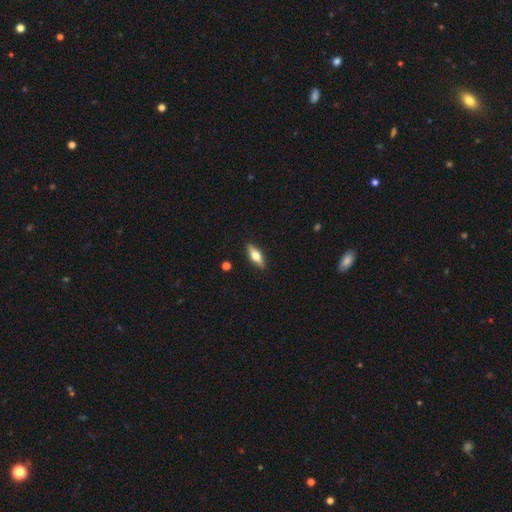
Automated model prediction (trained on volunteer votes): The model was most divided on "smooth or featured": smooth: 52%, featured or disk: 42%, star or artifact: 6%. More confident: merging — none (89%); how rounded — in between (57%).